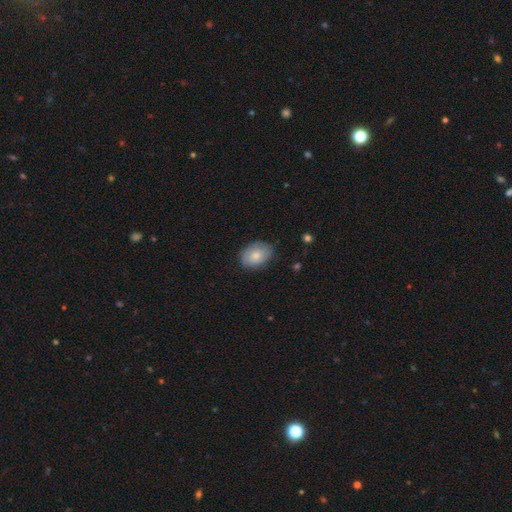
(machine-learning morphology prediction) smooth-or-featured: smooth: 74% | featured or disk: 20% | star or artifact: 7%
  how-rounded: in between: 77% | round: 22% | cigar-shaped: 1%
  merging: none: 80% | minor disturbance: 15% | major disturbance: 3% | merger: 1%